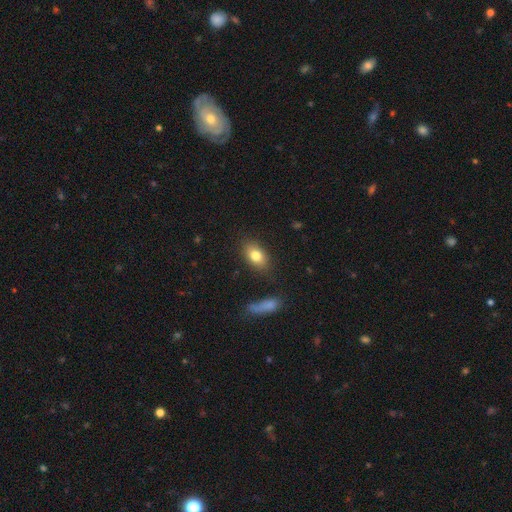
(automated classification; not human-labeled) A smooth galaxy with no disk features (80%) that is in between round and cigar-shaped (83%). Merging: none (82%).